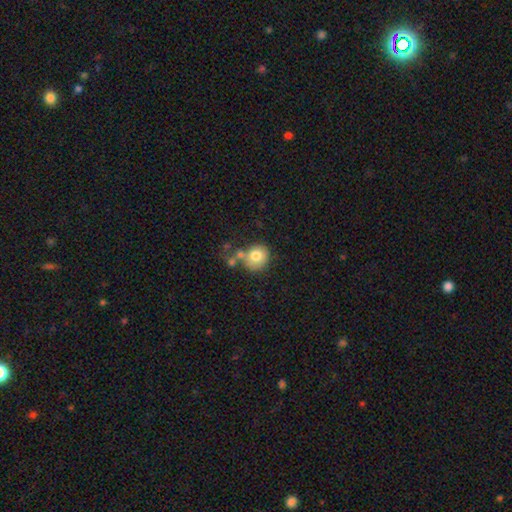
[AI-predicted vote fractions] The model was most divided on "merging": none: 51%, merger: 23%, minor disturbance: 17%, major disturbance: 8%. More confident: how rounded — round (84%); smooth or featured — smooth (75%).